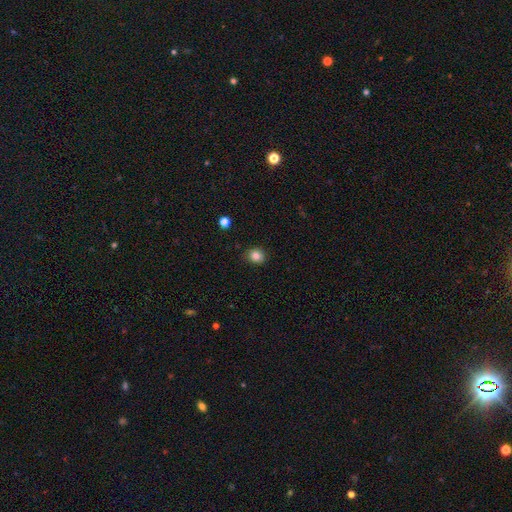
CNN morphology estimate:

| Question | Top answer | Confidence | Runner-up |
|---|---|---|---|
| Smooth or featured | smooth | 85% | star or artifact (11%) |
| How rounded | round | 74% | in between (25%) |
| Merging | none | 87% | minor disturbance (9%) |